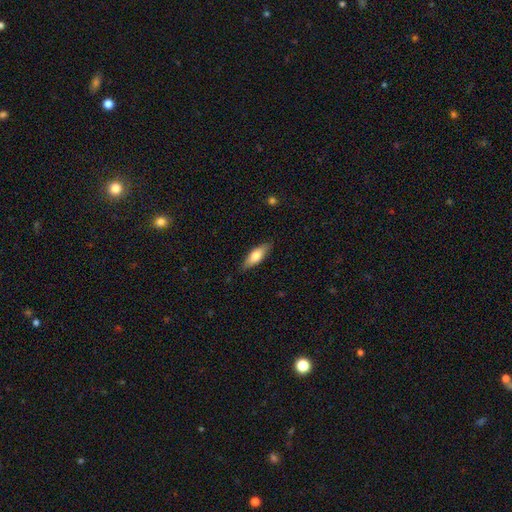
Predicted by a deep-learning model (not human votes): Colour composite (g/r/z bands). It shows a smooth galaxy with no disk features (66%) that is in between round and cigar-shaped (57%). Merging: none (85%).